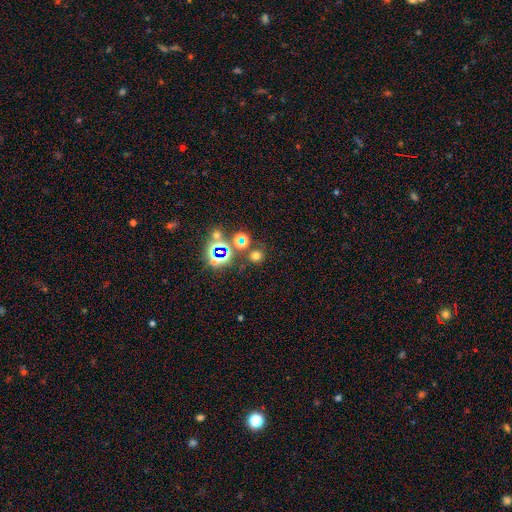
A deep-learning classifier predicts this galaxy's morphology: Q: Smooth or featured?
A: smooth (59%); runner-up: star or artifact (34%)
Q: How rounded?
A: round (89%); runner-up: in between (10%)
Q: Merging?
A: none (80%); runner-up: merger (8%)